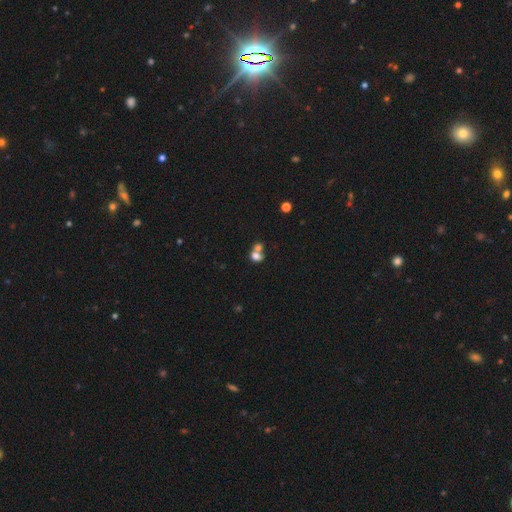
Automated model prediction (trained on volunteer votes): smooth_or_featured: smooth (p=0.72) [alt: featured or disk p=0.15]
how_rounded: round (p=0.56) [alt: in between p=0.42]
merging: merger (p=0.61) [alt: none p=0.28]